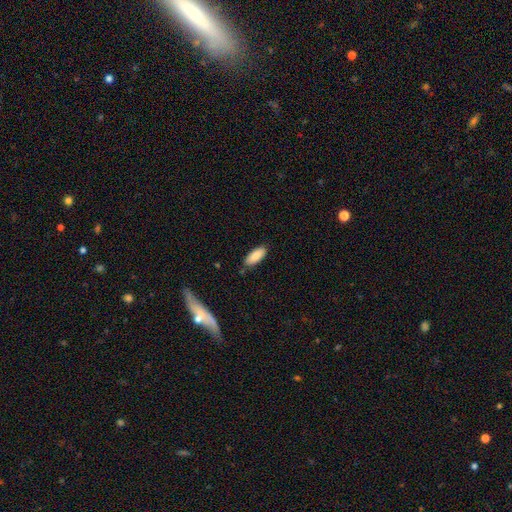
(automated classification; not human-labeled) Morphology: type=smooth (87%); roundness=in between (79%); merging=none (83%).